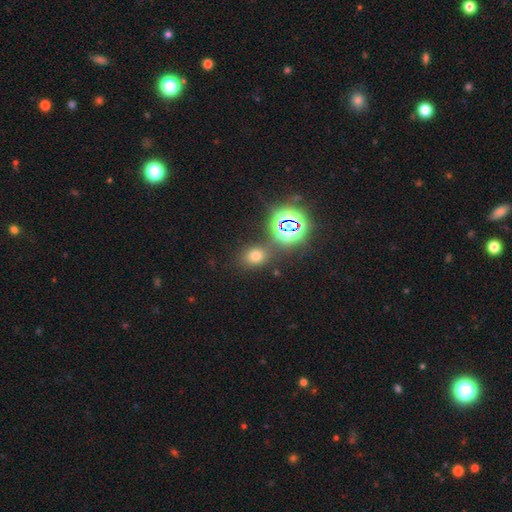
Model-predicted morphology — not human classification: Smooth or featured?
  - smooth: 60% *
  - star or artifact: 31%
  - featured or disk: 8%
How rounded?
  - round: 53% *
  - in between: 46%
  - cigar-shaped: 1%
Merging?
  - none: 76% *
  - minor disturbance: 11%
  - merger: 8%
  - major disturbance: 4%